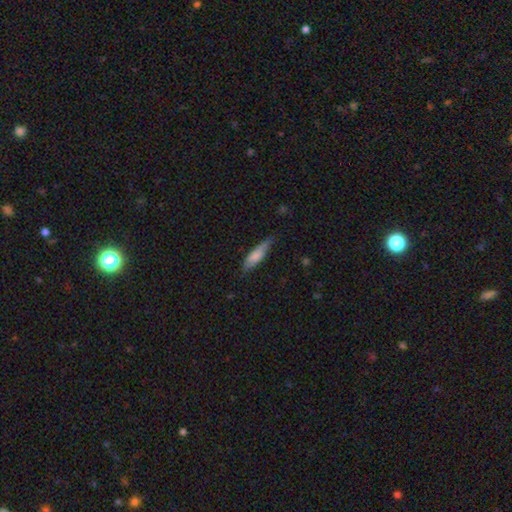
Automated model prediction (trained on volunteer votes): Morphology: type=smooth (75%); roundness=cigar-shaped (61%); merging=none (64%).